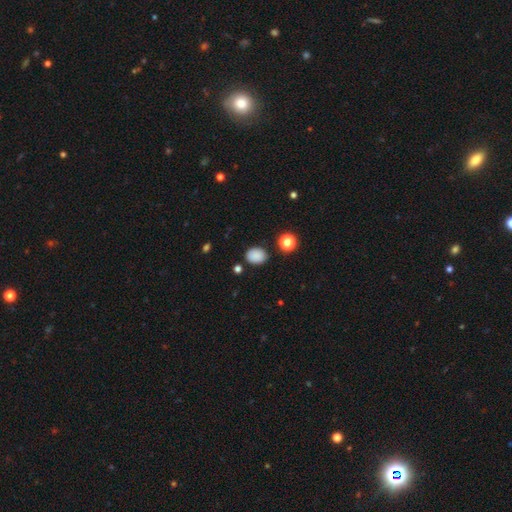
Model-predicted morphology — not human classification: Overall: smooth (86%). How rounded: in between (64%; round 35%). Merging: none (82%).